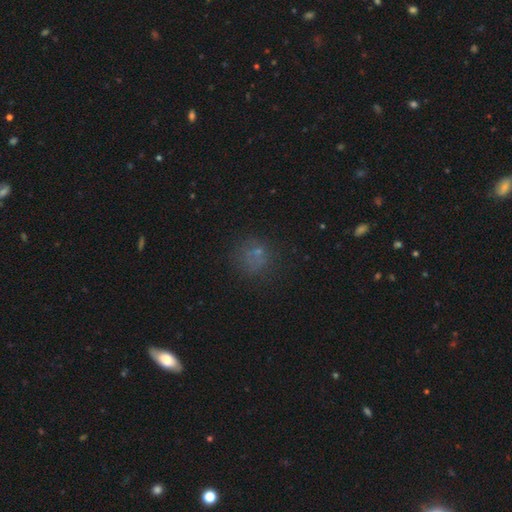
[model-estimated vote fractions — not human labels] smooth_or_featured: smooth (p=0.54) [alt: star or artifact p=0.28]
how_rounded: round (p=0.83) [alt: in between p=0.16]
merging: none (p=0.63) [alt: minor disturbance p=0.17]